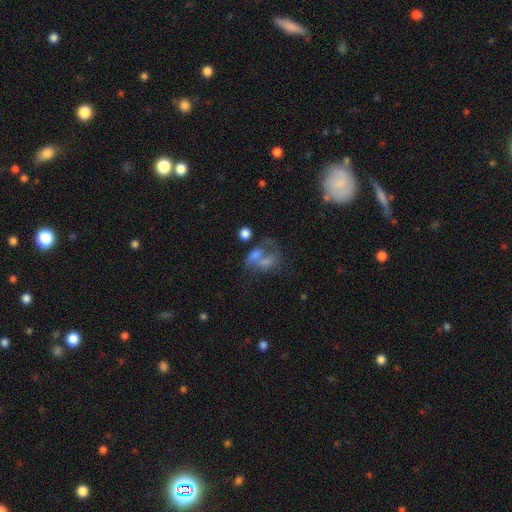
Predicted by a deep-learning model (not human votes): This appears to be a smooth galaxy with no disk features (46%). Merging: merger (49%).